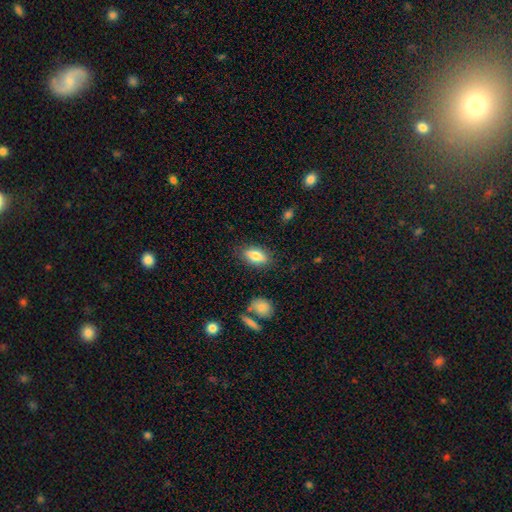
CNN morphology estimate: A smooth galaxy with no disk features (82%) that is in between round and cigar-shaped (86%). Merging: none (83%).